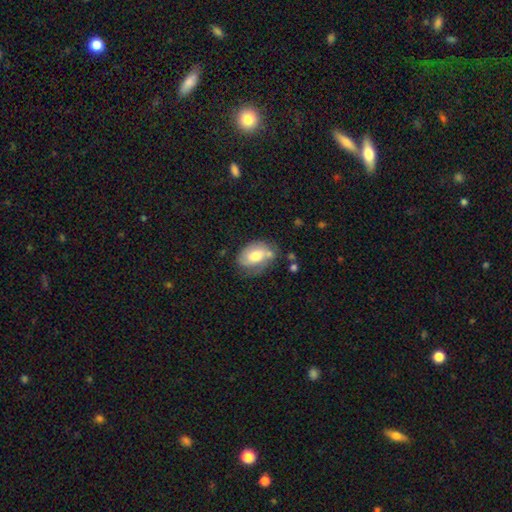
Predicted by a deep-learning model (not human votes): smooth-or-featured: smooth: 55% | featured or disk: 38% | star or artifact: 7%
  how-rounded: in between: 86% | round: 12% | cigar-shaped: 2%
  merging: none: 51% | minor disturbance: 29% | major disturbance: 11% | merger: 9%